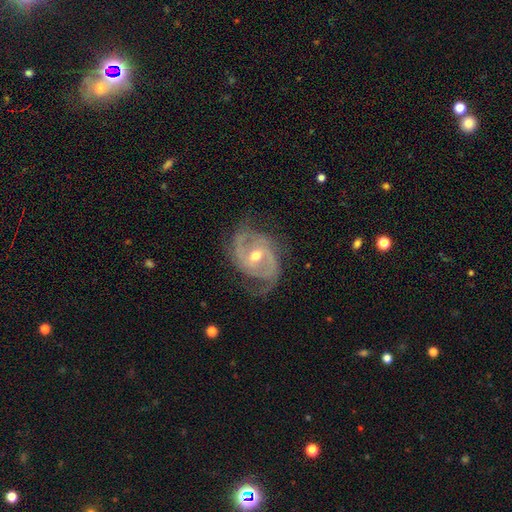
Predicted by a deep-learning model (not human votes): smooth-or-featured: featured or disk: 90% | star or artifact: 5% | smooth: 5%
  disk-edge-on: no: 97% | yes: 3%
    bar: weak: 40% | no: 39% | strong: 21%
    has-spiral-arms: yes: 97% | no: 3%
      spiral-winding: medium: 48% | tight: 37% | loose: 15%
      spiral-arm-count: 2: 74% | 3: 12% | can't tell: 7% | 1: 3% | 4: 3% | more than 4: 2%
    bulge-size: moderate: 65% | small: 31% | large: 2% | none: 1% | dominant: 1%
  merging: none: 72% | minor disturbance: 19% | major disturbance: 8% | merger: 1%